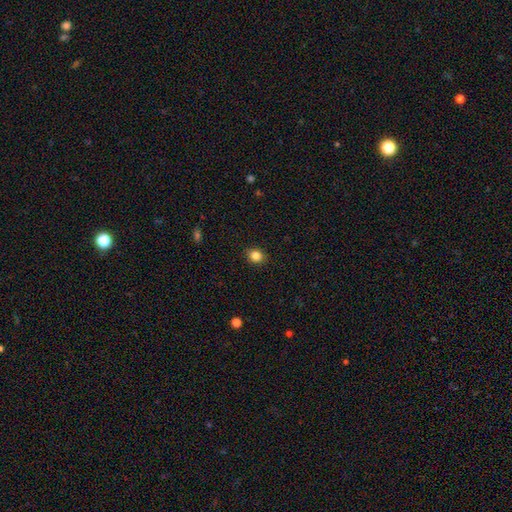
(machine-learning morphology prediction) A smooth galaxy with no disk features (84%) that is round (65%). Merging: none (90%).